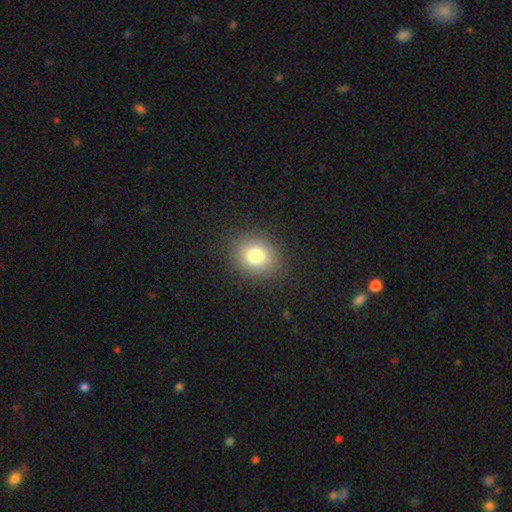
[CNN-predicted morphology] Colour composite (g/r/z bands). It shows a smooth galaxy with no disk features (78%) that is round (64%). Merging: none (88%).